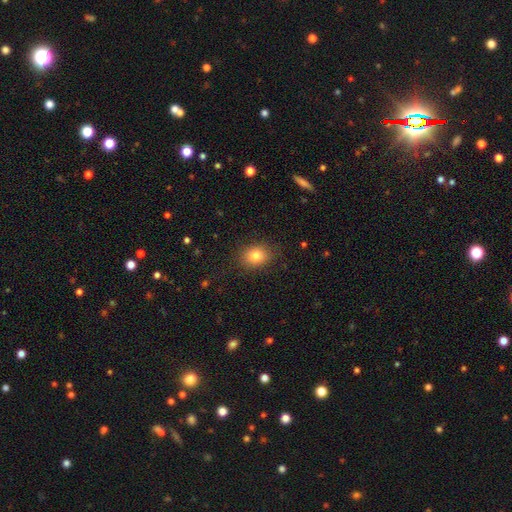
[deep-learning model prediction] smooth_or_featured: smooth (p=0.81) [alt: star or artifact p=0.11]
how_rounded: round (p=0.52) [alt: in between p=0.47]
merging: none (p=0.86) [alt: minor disturbance p=0.10]